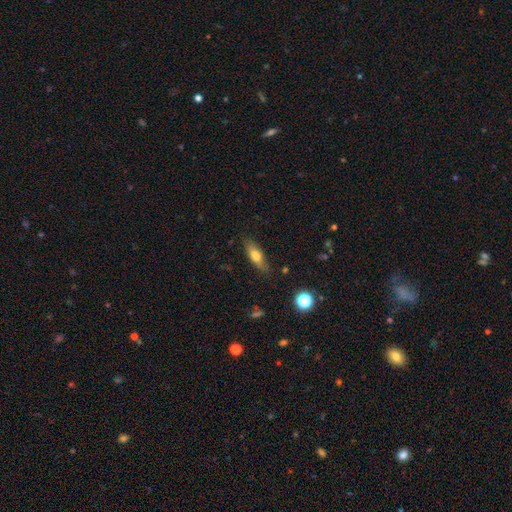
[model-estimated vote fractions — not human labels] Q: Smooth or featured?
A: smooth (67%); runner-up: featured or disk (24%)
Q: How rounded?
A: in between (54%); runner-up: cigar-shaped (43%)
Q: Merging?
A: none (77%); runner-up: minor disturbance (17%)